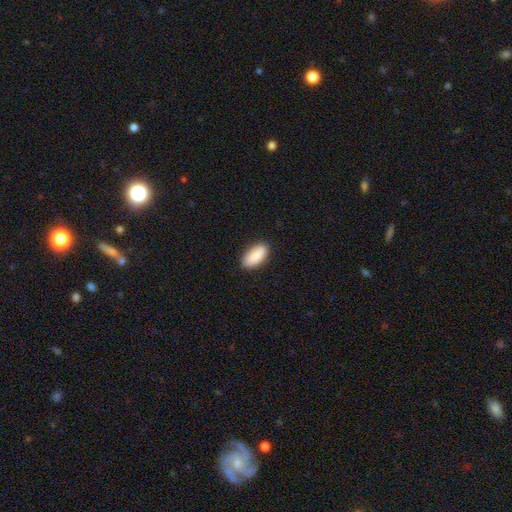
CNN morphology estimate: The model was most divided on "merging": none: 87%, minor disturbance: 10%, major disturbance: 2%, merger: 1%. More confident: how rounded — in between (92%); smooth or featured — smooth (90%).